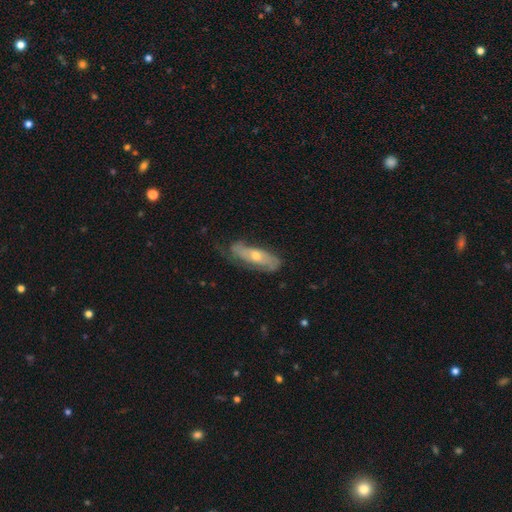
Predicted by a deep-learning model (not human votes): Morphology: type=featured or disk (59%); edge-on=no (70%); merging=none (60%).